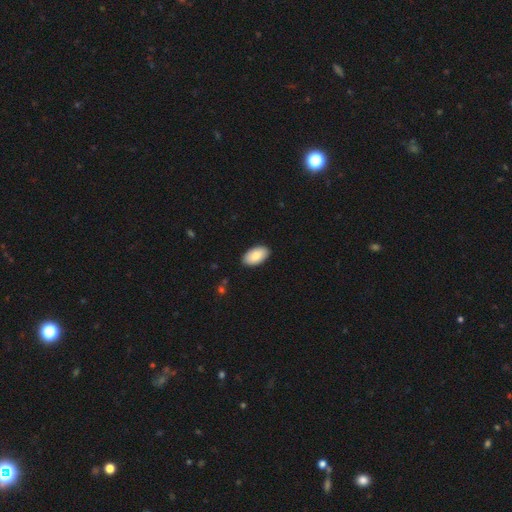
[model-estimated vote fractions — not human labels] smooth 84%, featured or disk 10%, star or artifact 6%. Down the decision tree: how rounded — in between (96%); merging — none (89%).